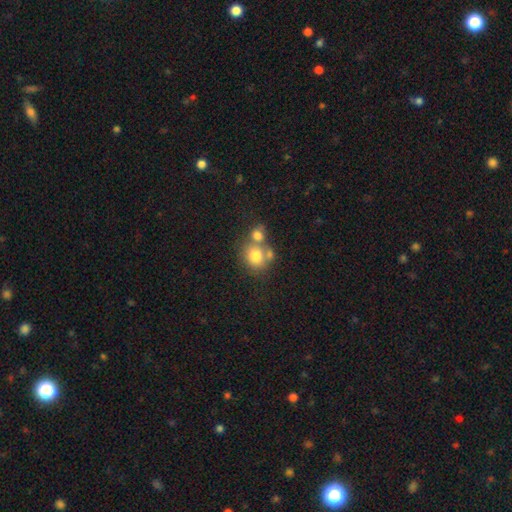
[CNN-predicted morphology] A smooth galaxy with no disk features (74%) that is round (75%).

Vote fractions:
- Smooth or featured? smooth: 74% / featured or disk: 14% / star or artifact: 11%
- How rounded? round: 75% / in between: 24% / cigar-shaped: 1%
- Merging? none: 43% / merger: 42% / minor disturbance: 10% / major disturbance: 5%